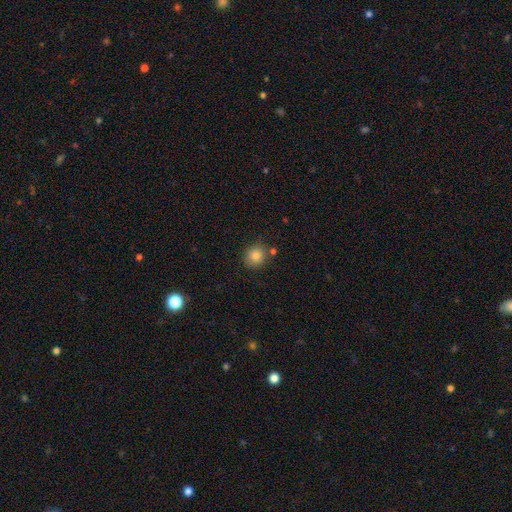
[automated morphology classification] The model was most divided on "how rounded": round: 83%, in between: 16%, cigar-shaped: 1%. More confident: smooth or featured — smooth (85%); merging — none (79%).